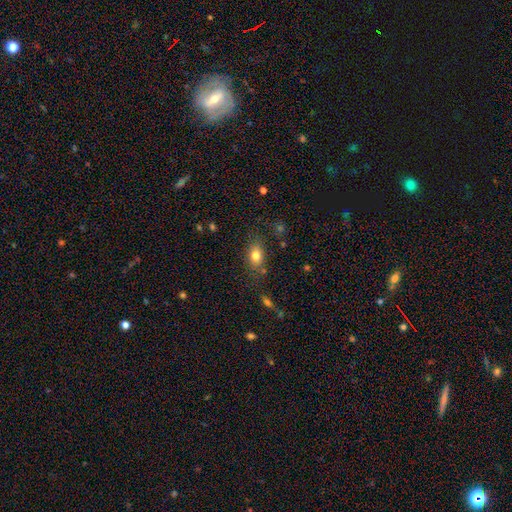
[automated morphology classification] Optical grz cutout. It shows a smooth galaxy with no disk features (78%) that is in between round and cigar-shaped (77%). Merging: none (76%).